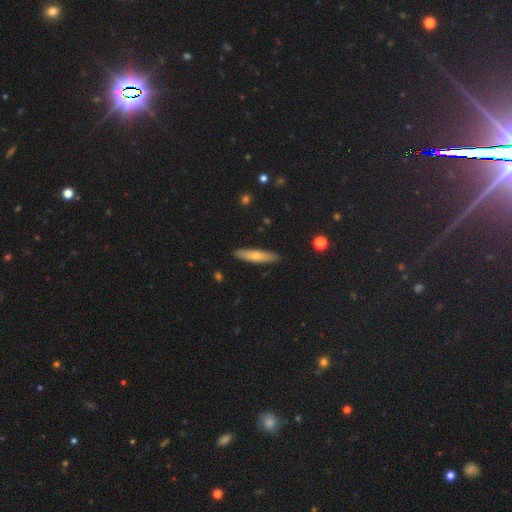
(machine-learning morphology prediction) This is likely a smooth galaxy (60%). How rounded: clearly cigar-shaped (82%). Merging: clearly none (89%).